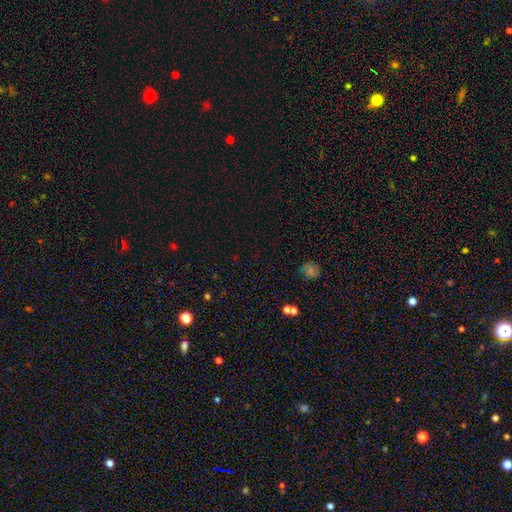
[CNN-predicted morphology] smooth-or-featured: star or artifact: 55% | smooth: 34% | featured or disk: 11%